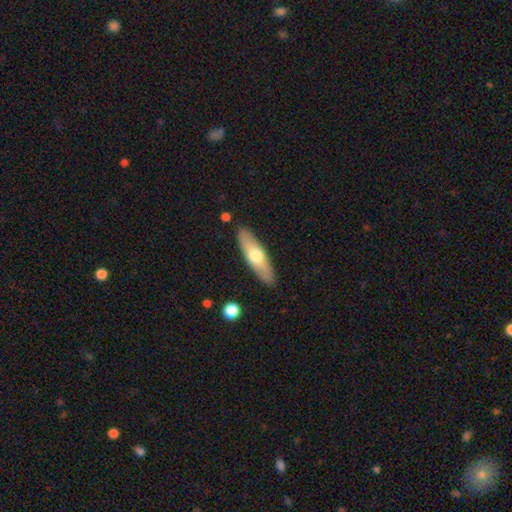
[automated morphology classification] Overall: smooth (56%; featured or disk 39%). How rounded: cigar-shaped (60%; in between 38%). Merging: none (88%).